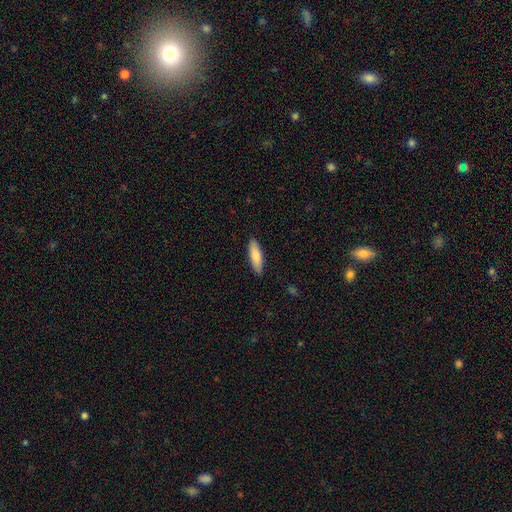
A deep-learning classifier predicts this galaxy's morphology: Q: Smooth or featured?
A: smooth (81%); runner-up: featured or disk (14%)
Q: How rounded?
A: cigar-shaped (51%); runner-up: in between (47%)
Q: Merging?
A: none (88%); runner-up: minor disturbance (9%)